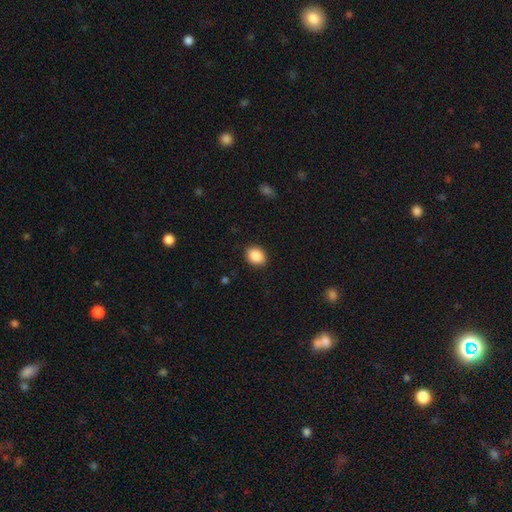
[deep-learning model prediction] smooth 88%, star or artifact 8%, featured or disk 4%. Down the decision tree: how rounded — in between (56%); merging — none (87%).